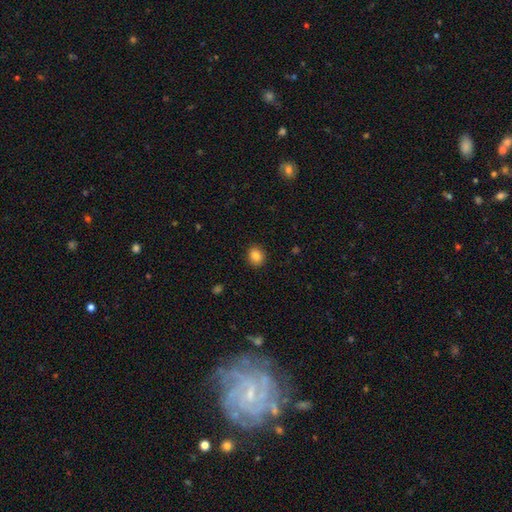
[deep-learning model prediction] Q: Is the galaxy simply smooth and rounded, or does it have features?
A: smooth — 86%.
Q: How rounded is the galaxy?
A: round — 64%.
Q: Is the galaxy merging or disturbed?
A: none — 90%.